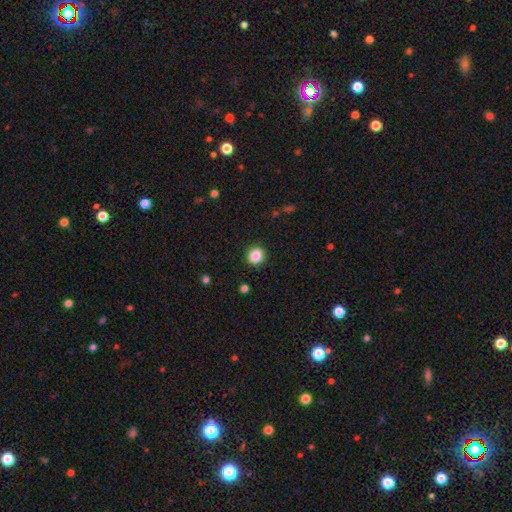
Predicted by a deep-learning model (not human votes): Smooth or featured? Predicted: smooth (p=0.85). How rounded? Predicted: round (p=0.81). Merging? Predicted: none (p=0.91).